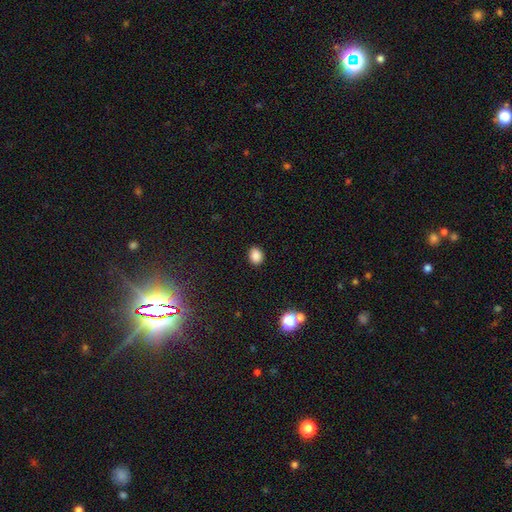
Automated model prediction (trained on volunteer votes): A smooth galaxy with no disk features (87%) that is round (51%).

Vote fractions:
- Smooth or featured? smooth: 87% / star or artifact: 10% / featured or disk: 3%
- How rounded? round: 51% / in between: 48% / cigar-shaped: 1%
- Merging? none: 89% / minor disturbance: 7% / major disturbance: 2% / merger: 1%